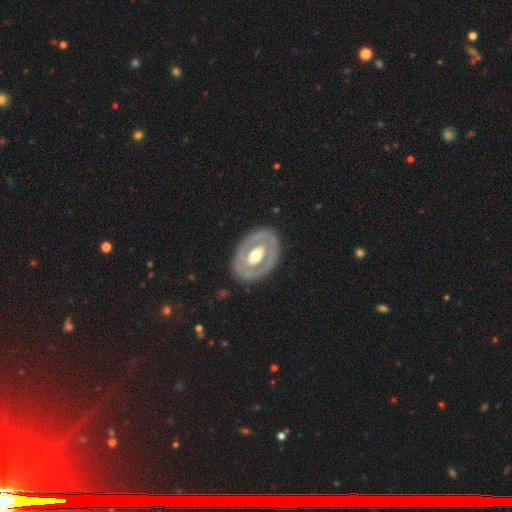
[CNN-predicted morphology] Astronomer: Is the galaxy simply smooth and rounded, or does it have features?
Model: featured or disk — 69%.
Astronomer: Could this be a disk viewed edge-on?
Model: no — 93%.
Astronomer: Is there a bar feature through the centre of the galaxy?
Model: no — 57%.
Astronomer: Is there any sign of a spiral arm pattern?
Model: no — 79%.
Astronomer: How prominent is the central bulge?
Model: moderate — 63%.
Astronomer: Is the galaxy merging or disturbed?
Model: none — 80%.